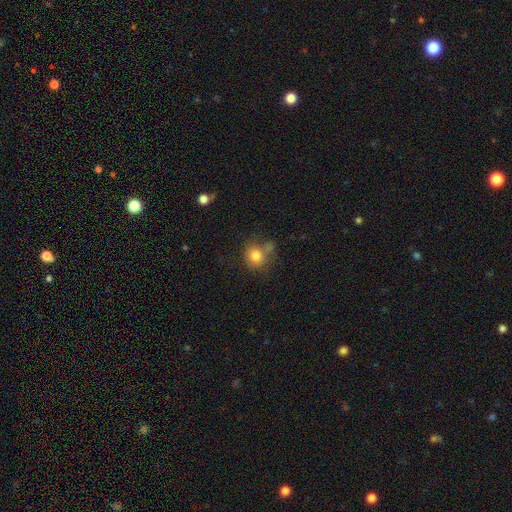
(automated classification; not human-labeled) This is clearly a smooth galaxy (80%). How rounded: clearly round (81%). Merging: possibly none (59%).